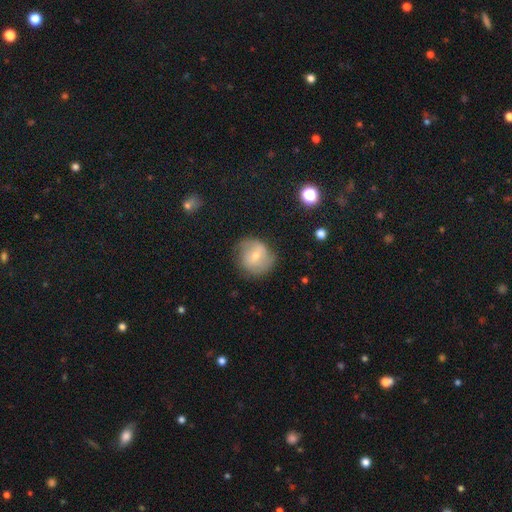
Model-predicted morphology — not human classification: Smooth or featured? Predicted: smooth (p=0.48). Merging? Predicted: none (p=0.68).